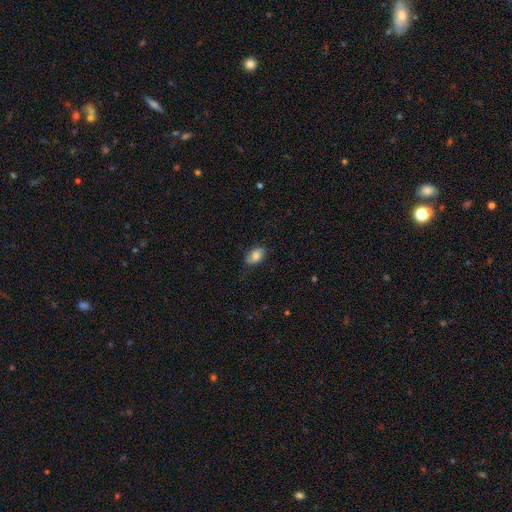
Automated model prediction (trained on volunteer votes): smooth_or_featured: smooth (p=0.75) [alt: featured or disk p=0.17]
how_rounded: in between (p=0.86) [alt: round p=0.12]
merging: none (p=0.70) [alt: minor disturbance p=0.23]